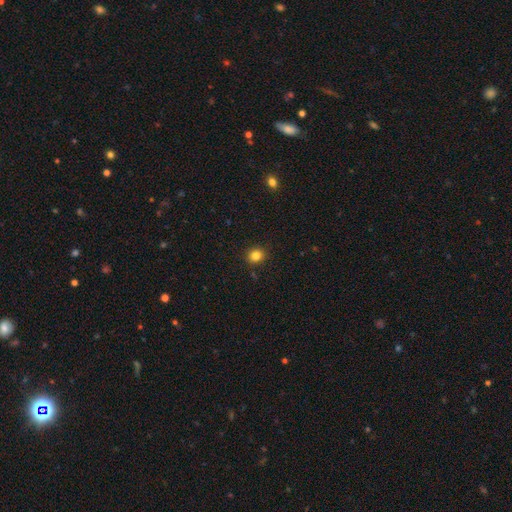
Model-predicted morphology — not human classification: smooth-or-featured: smooth: 83% | star or artifact: 12% | featured or disk: 5%
  how-rounded: round: 82% | in between: 17% | cigar-shaped: 1%
  merging: none: 90% | minor disturbance: 7% | major disturbance: 2% | merger: 1%